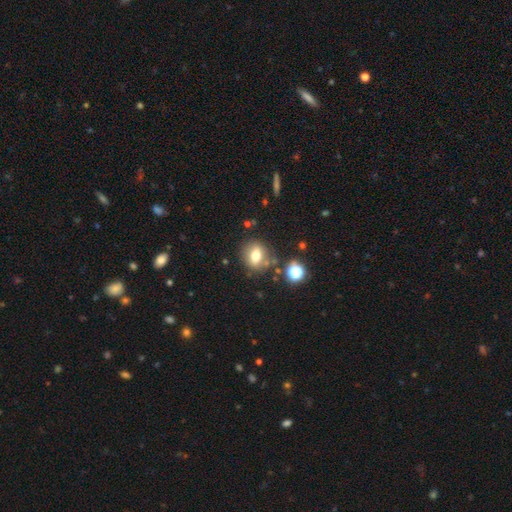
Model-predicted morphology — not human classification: Q: Smooth or featured?
A: smooth (68%); runner-up: featured or disk (19%)
Q: How rounded?
A: round (62%); runner-up: in between (36%)
Q: Merging?
A: none (76%); runner-up: minor disturbance (13%)